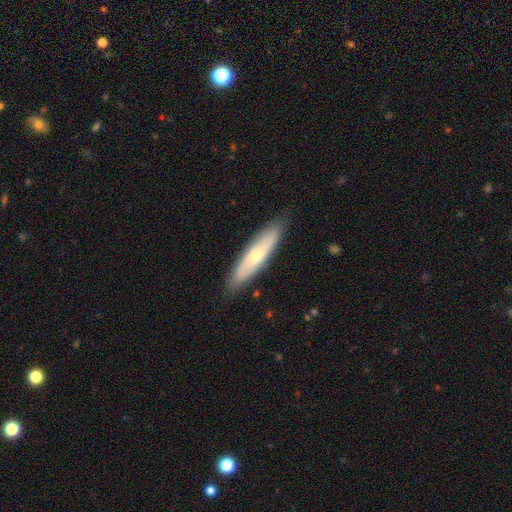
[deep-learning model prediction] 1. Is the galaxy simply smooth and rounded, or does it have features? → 55% smooth, 40% featured or disk, 6% star or artifact.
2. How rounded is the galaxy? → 77% cigar-shaped, 22% in between, 2% round.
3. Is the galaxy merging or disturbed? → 86% none, 11% minor disturbance, 2% major disturbance, 1% merger.